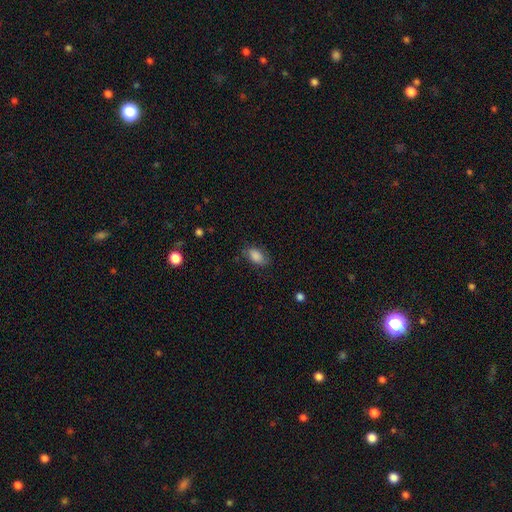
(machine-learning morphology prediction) smooth 85%, star or artifact 8%, featured or disk 8%. Down the decision tree: how rounded — in between (91%); merging — none (75%).